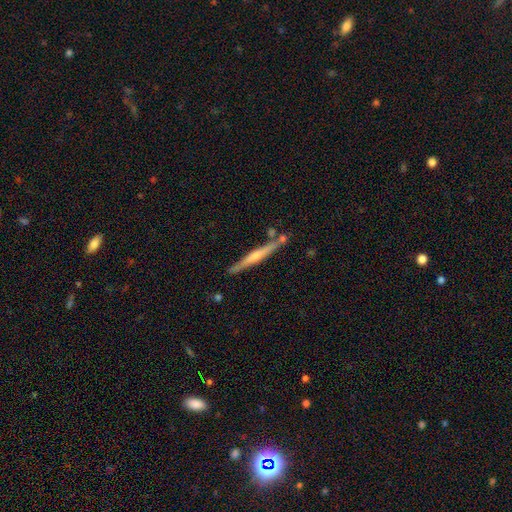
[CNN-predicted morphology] Q: Smooth or featured?
A: featured or disk (75%); runner-up: smooth (18%)
Q: Edge-on disk?
A: yes (97%); runner-up: no (3%)
Q: Edge-on bulge?
A: rounded (73%); runner-up: none (18%)
Q: Merging?
A: none (83%); runner-up: minor disturbance (10%)